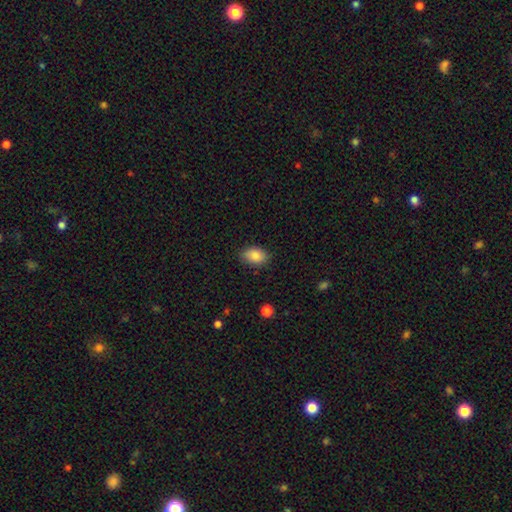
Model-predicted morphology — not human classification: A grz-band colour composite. It shows a smooth galaxy with no disk features (86%) that is in between round and cigar-shaped (84%). Merging: none (83%).